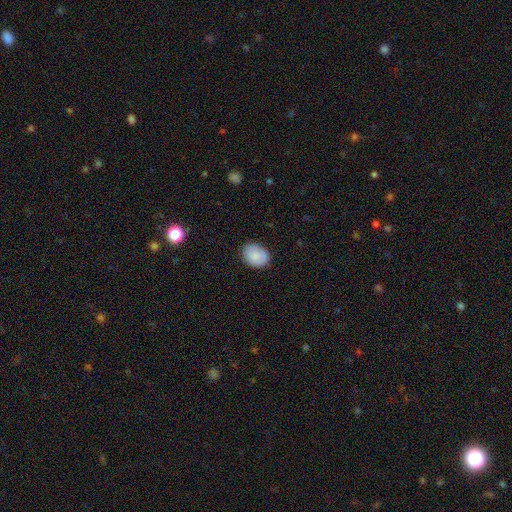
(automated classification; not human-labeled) Smooth or featured?
  - smooth: 83% *
  - featured or disk: 10%
  - star or artifact: 7%
How rounded?
  - in between: 64% *
  - round: 35%
  - cigar-shaped: 1%
Merging?
  - none: 80% *
  - minor disturbance: 16%
  - major disturbance: 3%
  - merger: 1%